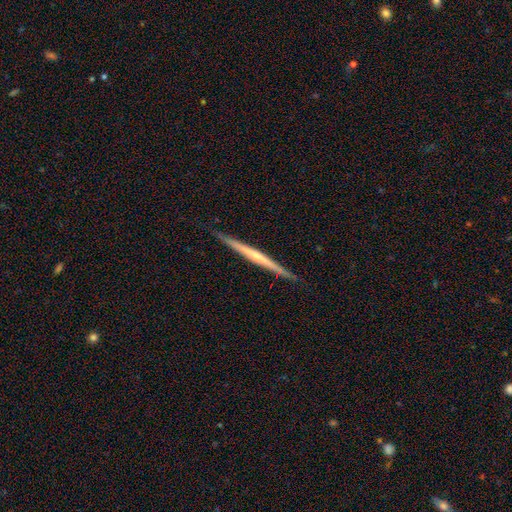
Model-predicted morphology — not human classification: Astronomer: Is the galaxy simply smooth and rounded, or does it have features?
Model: featured or disk — 70%.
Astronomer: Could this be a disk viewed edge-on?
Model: yes — 98%.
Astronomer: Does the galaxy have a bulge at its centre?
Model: rounded — 49% (runner-up: none, 44%).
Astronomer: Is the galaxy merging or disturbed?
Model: none — 92%.